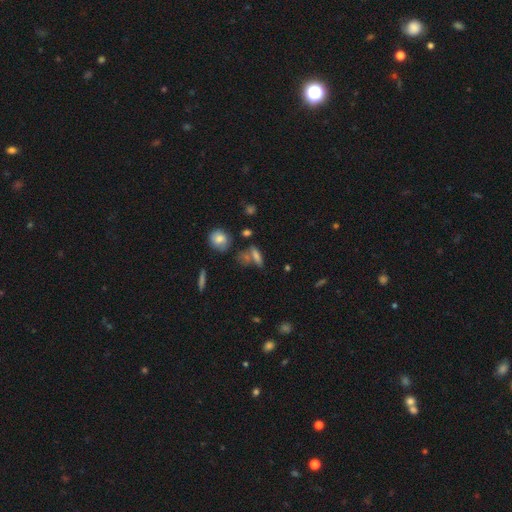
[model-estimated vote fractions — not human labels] Overall: smooth (64%). How rounded: cigar-shaped (48%; in between 44%). Merging: none (50%; merger 22%).